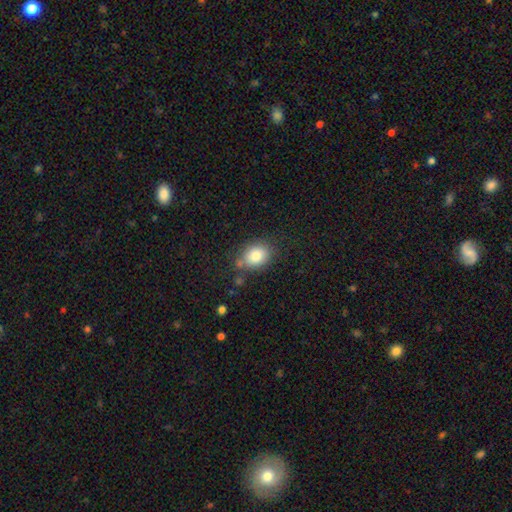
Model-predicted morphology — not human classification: smooth 83%, star or artifact 9%, featured or disk 8%. Down the decision tree: how rounded — in between (59%); merging — none (70%).